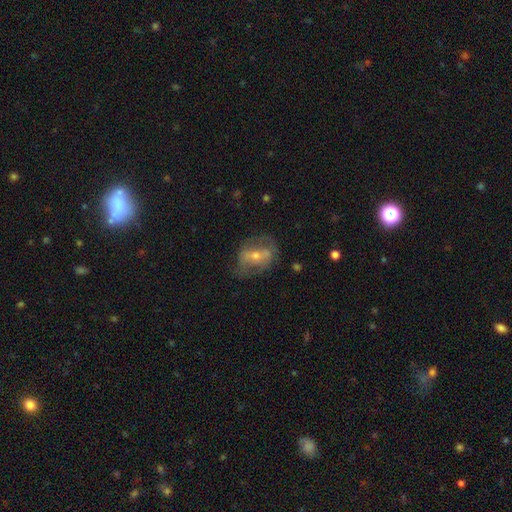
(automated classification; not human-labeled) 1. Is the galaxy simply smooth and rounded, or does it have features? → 56% featured or disk, 35% smooth, 8% star or artifact.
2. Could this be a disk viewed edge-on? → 93% no, 7% yes.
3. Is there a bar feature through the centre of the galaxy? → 46% no, 30% weak, 24% strong.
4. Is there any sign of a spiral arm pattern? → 60% no, 40% yes.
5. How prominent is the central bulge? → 49% moderate, 45% small, 3% large, 2% none, 1% dominant.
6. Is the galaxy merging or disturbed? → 52% none, 24% minor disturbance, 18% major disturbance, 6% merger.